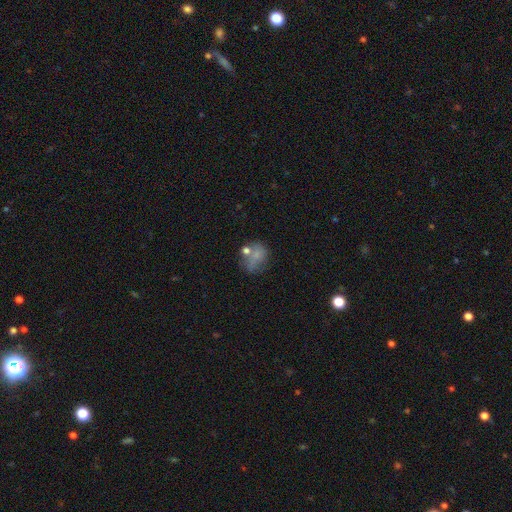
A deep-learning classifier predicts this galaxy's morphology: Smooth or featured: smooth — 62% (featured or disk — 23%)
How rounded: in between — 51% (round — 48%)
Merging: none — 42% (minor disturbance — 23%)